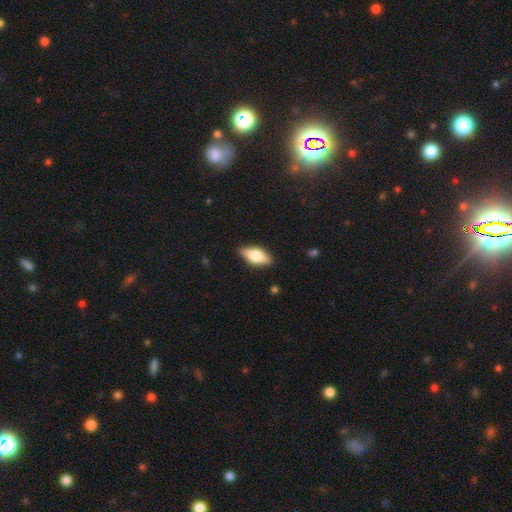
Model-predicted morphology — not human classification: Overall: smooth (63%; featured or disk 30%). How rounded: in between (83%). Merging: none (86%).